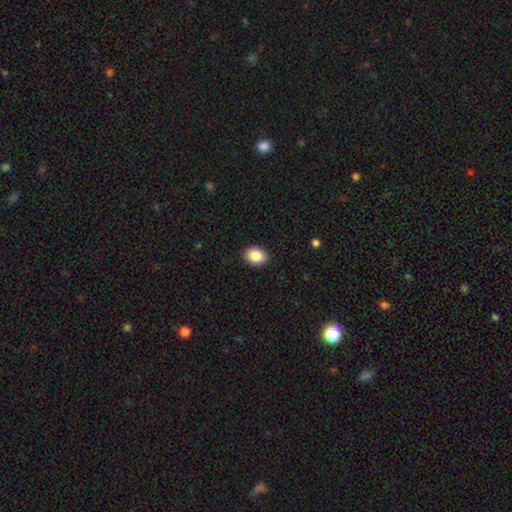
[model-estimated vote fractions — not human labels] Smooth or featured? Predicted: smooth (p=0.87). How rounded? Predicted: in between (p=0.54). Merging? Predicted: none (p=0.90).